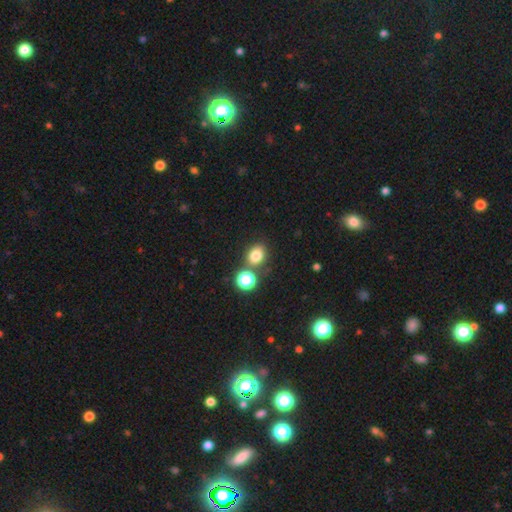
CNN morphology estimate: smooth-or-featured: smooth: 79% | star or artifact: 14% | featured or disk: 7%
  how-rounded: round: 53% | in between: 46% | cigar-shaped: 1%
  merging: none: 70% | merger: 17% | minor disturbance: 10% | major disturbance: 3%